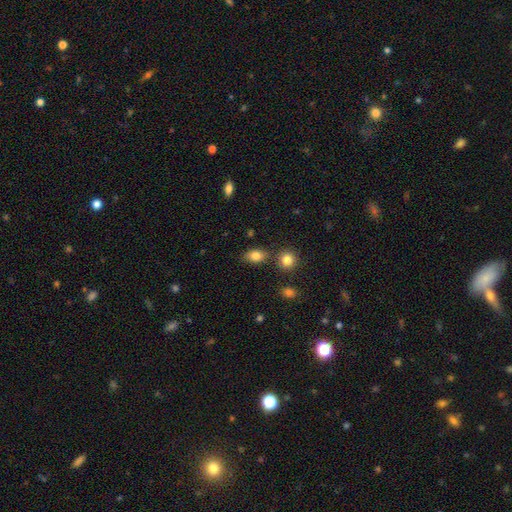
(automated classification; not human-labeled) Overall: smooth (83%). How rounded: in between (82%). Merging: none (76%).